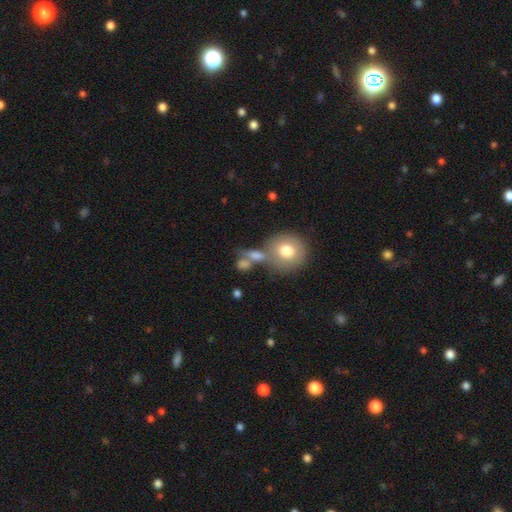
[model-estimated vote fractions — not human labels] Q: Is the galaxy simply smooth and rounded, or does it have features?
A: smooth — 71%.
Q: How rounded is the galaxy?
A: round — 49%.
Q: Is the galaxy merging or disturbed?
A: none — 40%.